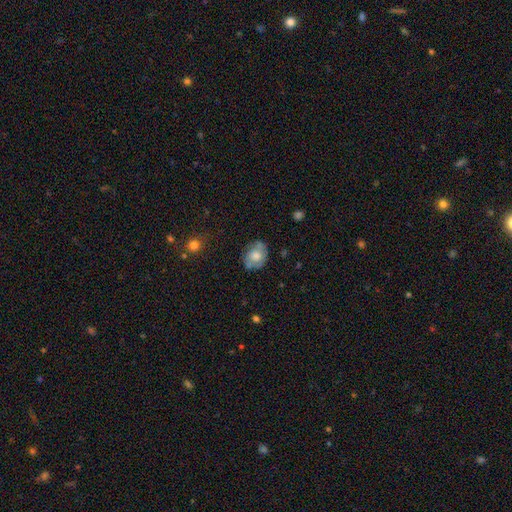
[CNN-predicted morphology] type=smooth (54%); roundness=round (54%); merging=none (66%).